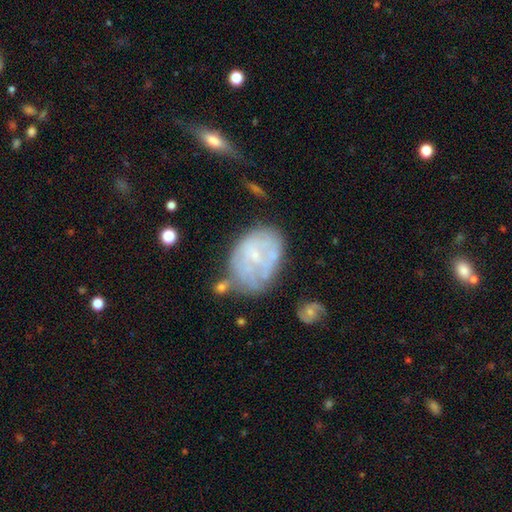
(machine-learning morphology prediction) A featured or disk galaxy (57%) with no bar (71%), no spiral arms (58%) and a small central bulge (72%).

Vote fractions:
- Smooth or featured? featured or disk: 57% / smooth: 34% / star or artifact: 9%
- Edge-on disk? no: 96% / yes: 4%
- Bar? no: 71% / weak: 24% / strong: 5%
- Spiral arms? no: 58% / yes: 42%
- Bulge size? small: 72% / moderate: 15% / none: 11% / large: 1% / dominant: 1%
- Merging? none: 41% / minor disturbance: 29% / major disturbance: 19% / merger: 11%